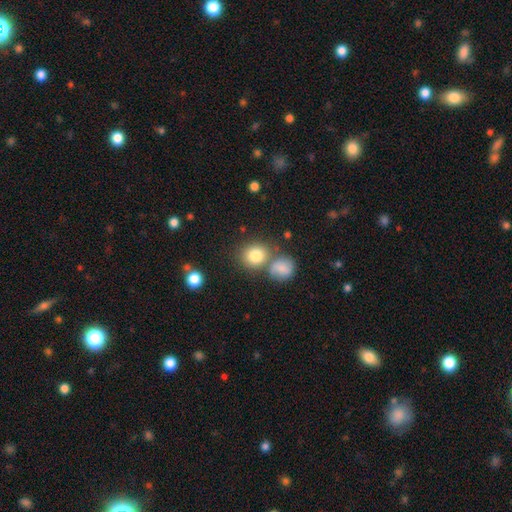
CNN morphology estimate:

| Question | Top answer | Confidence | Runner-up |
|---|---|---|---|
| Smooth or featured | smooth | 83% | star or artifact (9%) |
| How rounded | round | 78% | in between (21%) |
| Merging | none | 58% | merger (27%) |